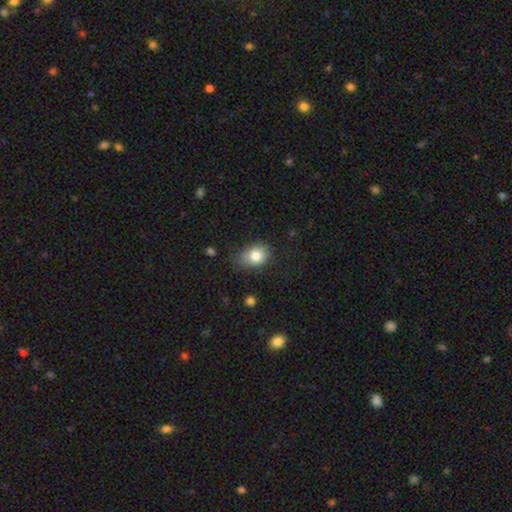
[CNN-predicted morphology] The model was most divided on "how rounded": in between: 67%, round: 32%, cigar-shaped: 1%. More confident: smooth or featured — smooth (81%); merging — none (65%).